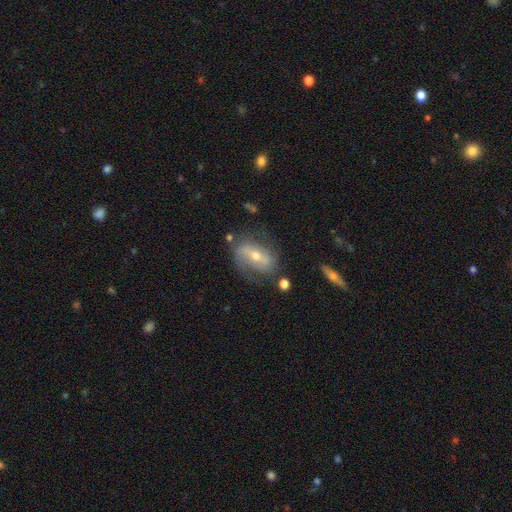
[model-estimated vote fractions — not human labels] Smooth or featured: featured or disk — 70% (smooth — 23%)
Edge-on disk: no — 90% (yes — 10%)
Bar: strong — 42% (weak — 32%)
Spiral arms: yes — 76% (no — 24%)
Bulge size: moderate — 57% (small — 39%)
Merging: none — 63% (minor disturbance — 21%)